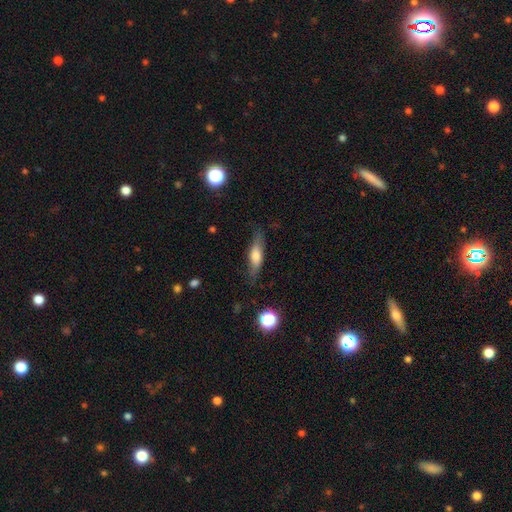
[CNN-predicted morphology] A smooth galaxy with no disk features (59%) that is cigar-shaped (58%).

Vote fractions:
- Smooth or featured? smooth: 59% / featured or disk: 34% / star or artifact: 7%
- How rounded? cigar-shaped: 58% / in between: 39% / round: 3%
- Merging? none: 77% / minor disturbance: 17% / major disturbance: 5% / merger: 1%